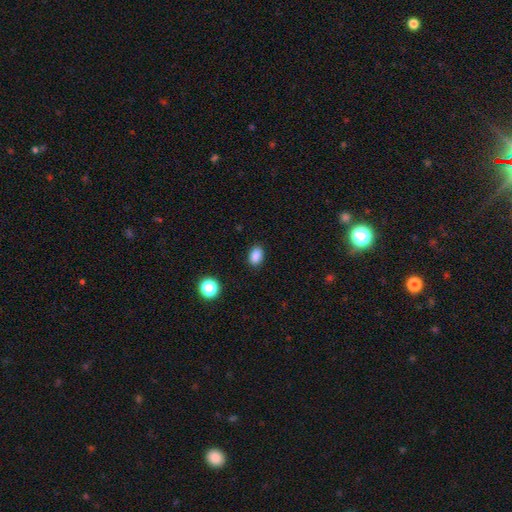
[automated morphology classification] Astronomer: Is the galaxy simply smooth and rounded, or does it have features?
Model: smooth — 87%.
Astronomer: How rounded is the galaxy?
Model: in between — 82%.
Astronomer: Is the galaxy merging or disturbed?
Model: none — 88%.